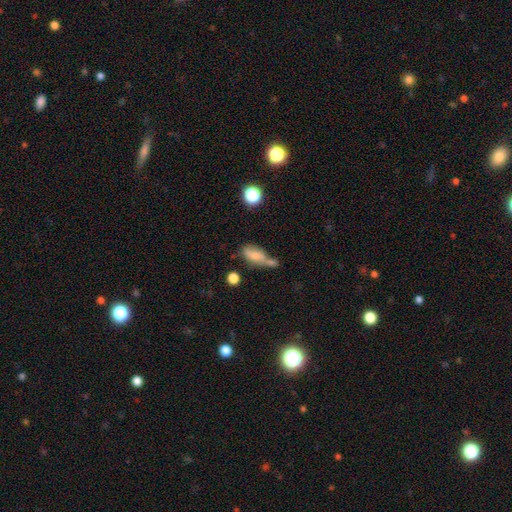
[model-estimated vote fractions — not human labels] Overall: smooth (64%; featured or disk 25%). How rounded: in between (72%). Merging: merger (37%; none 30%).